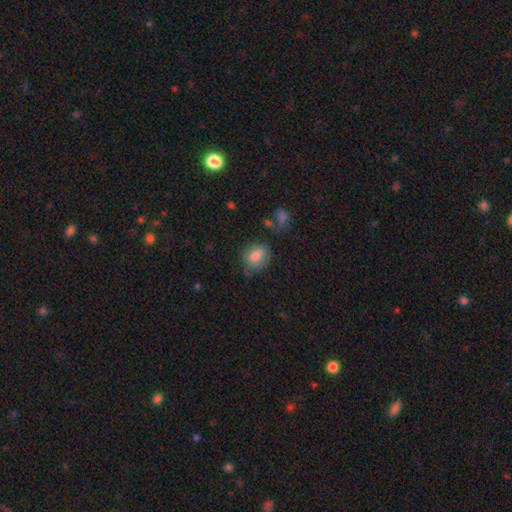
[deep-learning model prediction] A smooth galaxy with no disk features (80%) that is round (49%, tied with in between). Merging: none (69%).